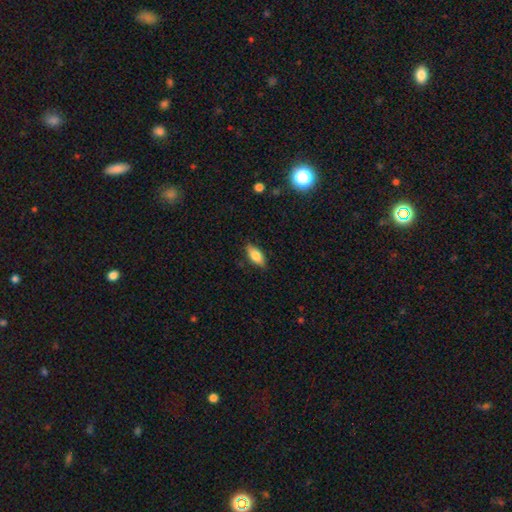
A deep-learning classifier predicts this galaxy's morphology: Q: Smooth or featured?
A: smooth (76%); runner-up: featured or disk (17%)
Q: How rounded?
A: in between (82%); runner-up: cigar-shaped (15%)
Q: Merging?
A: none (83%); runner-up: minor disturbance (13%)